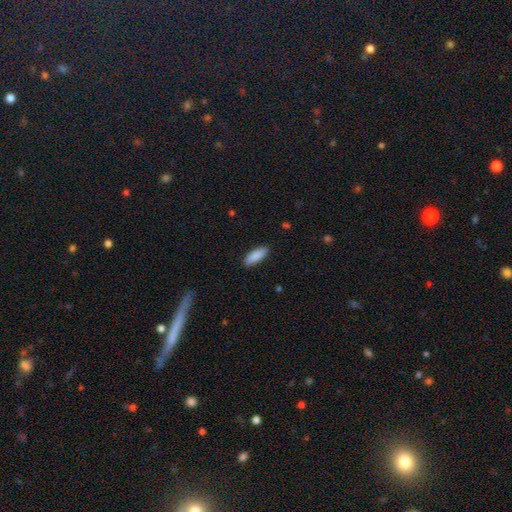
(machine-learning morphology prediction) The model was most divided on "how rounded": in between: 59%, cigar-shaped: 40%, round: 2%. More confident: merging — none (88%); smooth or featured — smooth (88%).